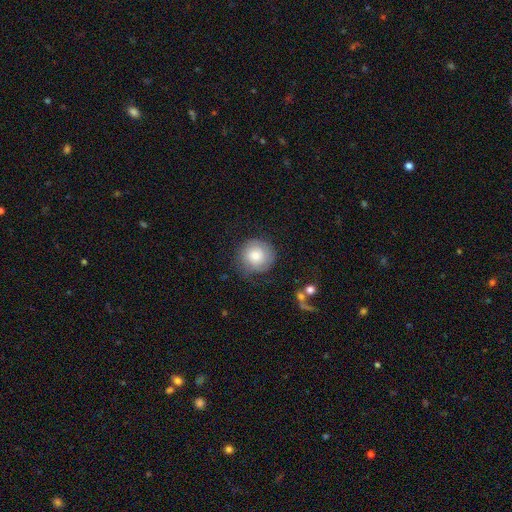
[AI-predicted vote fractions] A smooth galaxy with no disk features (71%) that is round (92%).

Vote fractions:
- Smooth or featured? smooth: 71% / featured or disk: 21% / star or artifact: 7%
- How rounded? round: 92% / in between: 7% / cigar-shaped: 1%
- Merging? none: 68% / minor disturbance: 21% / major disturbance: 9% / merger: 2%